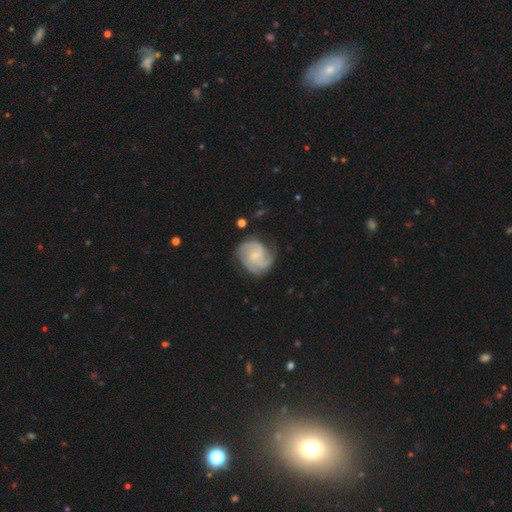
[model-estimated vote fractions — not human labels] Q: Smooth or featured?
A: featured or disk (87%); runner-up: smooth (8%)
Q: Edge-on disk?
A: no (98%); runner-up: yes (2%)
Q: Bar?
A: no (69%); runner-up: weak (27%)
Q: Spiral arms?
A: yes (98%); runner-up: no (2%)
Q: Spiral winding?
A: tight (51%); runner-up: medium (41%)
Q: Spiral arm count?
A: 3 (50%); runner-up: 2 (22%)
Q: Bulge size?
A: small (75%); runner-up: moderate (19%)
Q: Merging?
A: none (74%); runner-up: minor disturbance (19%)